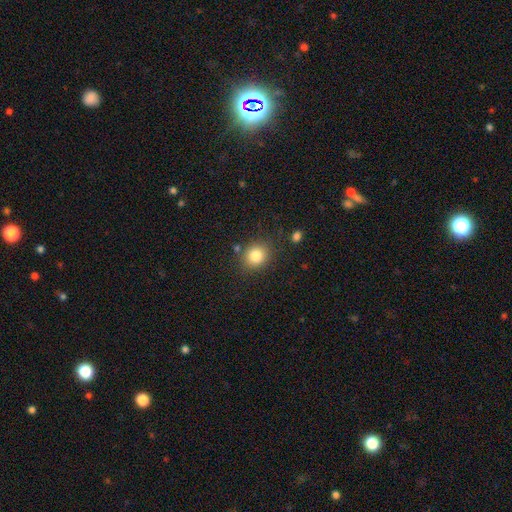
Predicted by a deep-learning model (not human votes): This is clearly a smooth galaxy (83%). How rounded: likely round (74%). Merging: clearly none (82%).